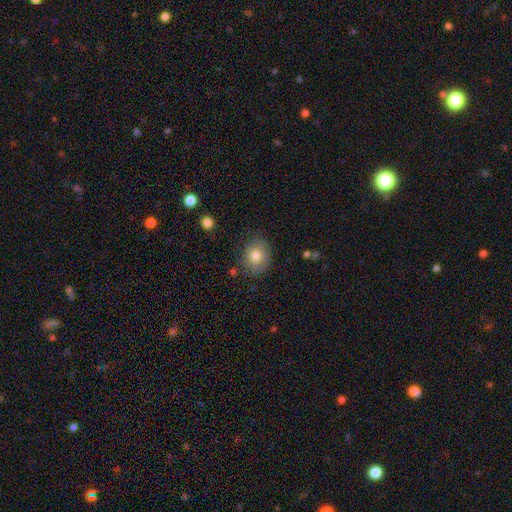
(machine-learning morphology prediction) smooth_or_featured: smooth (p=0.81) [alt: featured or disk p=0.11]
how_rounded: round (p=0.57) [alt: in between p=0.42]
merging: none (p=0.79) [alt: minor disturbance p=0.15]